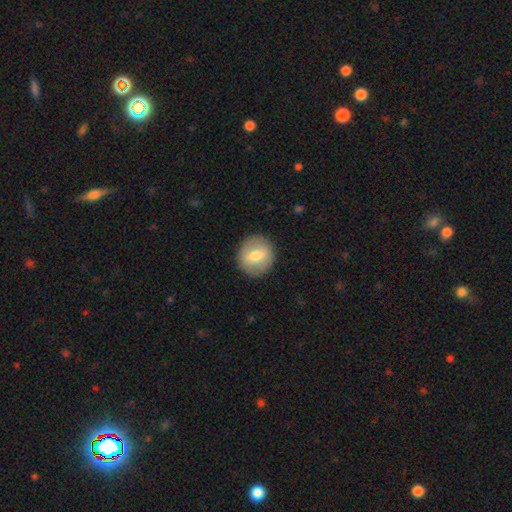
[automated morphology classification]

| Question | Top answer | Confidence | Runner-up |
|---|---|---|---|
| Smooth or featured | smooth | 64% | featured or disk (30%) |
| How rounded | round | 88% | in between (11%) |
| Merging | none | 90% | minor disturbance (7%) |